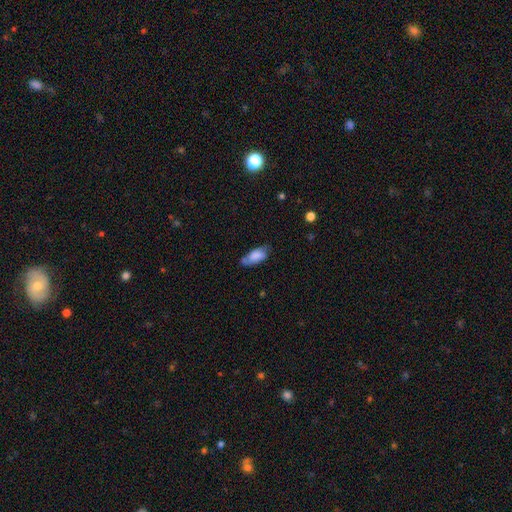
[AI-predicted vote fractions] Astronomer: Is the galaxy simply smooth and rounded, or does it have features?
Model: smooth — 76%.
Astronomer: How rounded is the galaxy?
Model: in between — 86%.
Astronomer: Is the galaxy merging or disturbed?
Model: none — 53% (runner-up: minor disturbance, 32%).